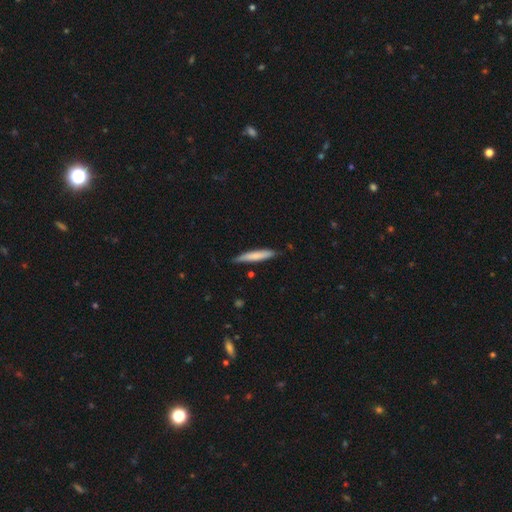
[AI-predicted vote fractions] smooth 76%, featured or disk 19%, star or artifact 5%. Down the decision tree: how rounded — cigar-shaped (91%); merging — none (81%).